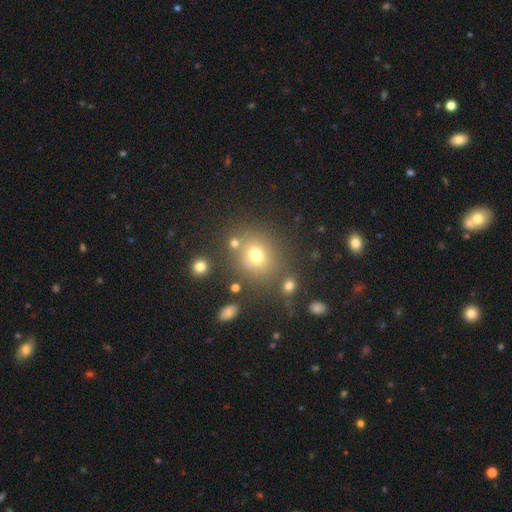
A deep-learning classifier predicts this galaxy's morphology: smooth-or-featured: smooth: 70% | star or artifact: 18% | featured or disk: 12%
  how-rounded: round: 72% | in between: 26% | cigar-shaped: 1%
  merging: none: 71% | minor disturbance: 12% | merger: 11% | major disturbance: 6%